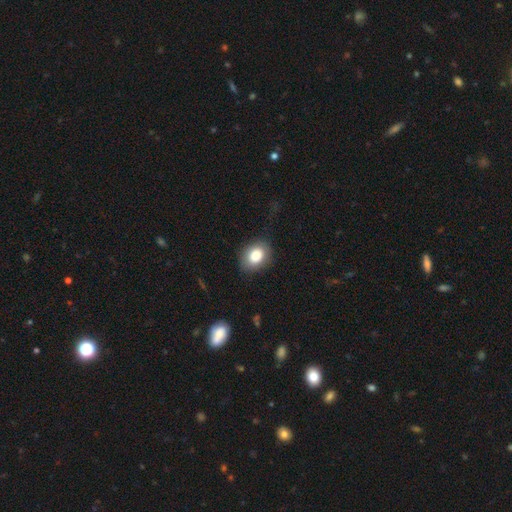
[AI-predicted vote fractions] smooth-or-featured: smooth: 85% | star or artifact: 8% | featured or disk: 7%
  how-rounded: in between: 63% | round: 36% | cigar-shaped: 1%
  merging: none: 81% | minor disturbance: 14% | major disturbance: 4% | merger: 1%